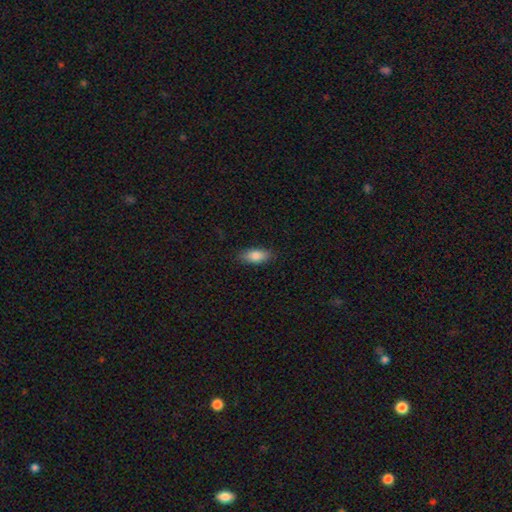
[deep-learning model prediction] Smooth or featured? Predicted: smooth (p=0.84). How rounded? Predicted: in between (p=0.86). Merging? Predicted: none (p=0.87).